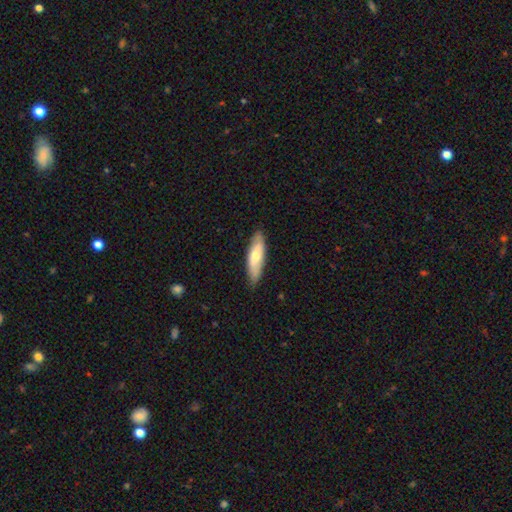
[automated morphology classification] This is likely a smooth galaxy (63%). How rounded: possibly cigar-shaped (52%). Merging: clearly none (82%).